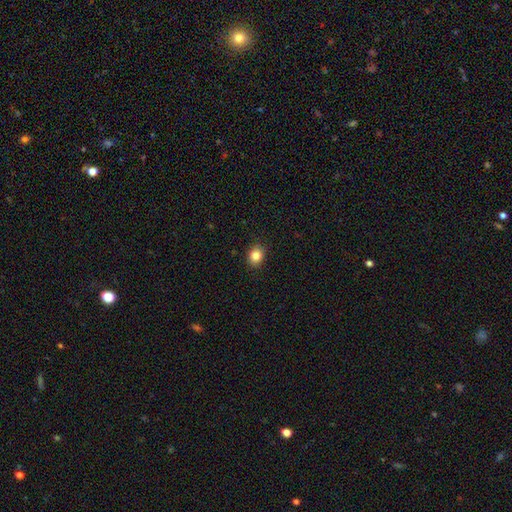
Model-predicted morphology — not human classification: Overall: smooth (84%). How rounded: round (55%; in between 44%). Merging: none (88%).